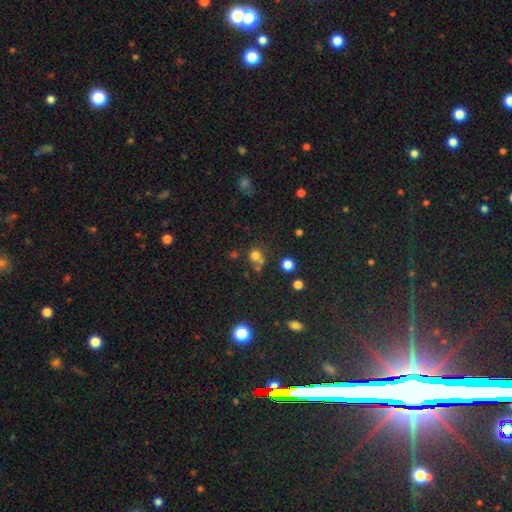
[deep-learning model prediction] A smooth galaxy with no disk features (70%) that is round (87%). Merging: none (55%).